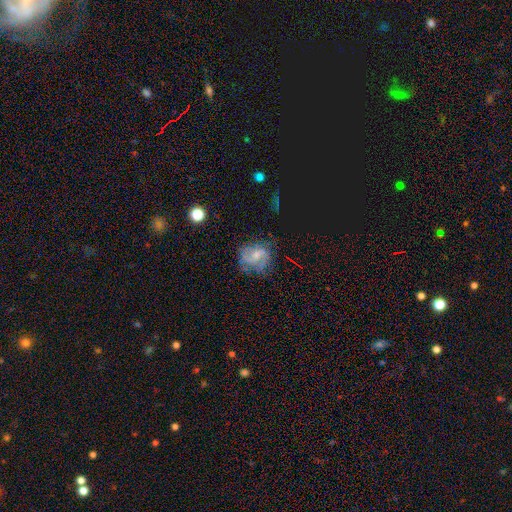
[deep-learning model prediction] smooth-or-featured: featured or disk: 53% | smooth: 35% | star or artifact: 12%
  disk-edge-on: no: 97% | yes: 3%
    bar: no: 54% | weak: 37% | strong: 9%
    has-spiral-arms: yes: 60% | no: 40%
    bulge-size: small: 38% | moderate: 33% | none: 23% | large: 4% | dominant: 1%
  merging: none: 51% | minor disturbance: 25% | major disturbance: 20% | merger: 3%